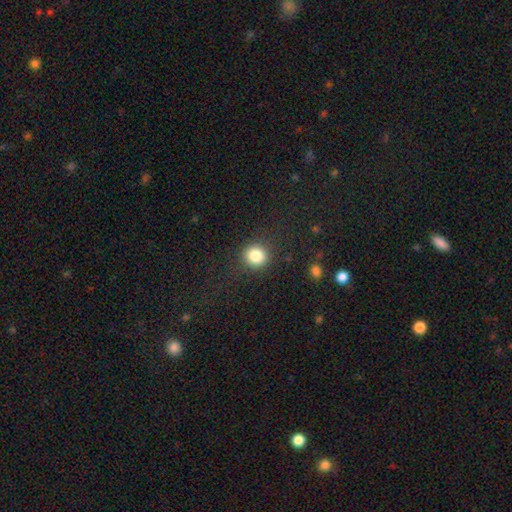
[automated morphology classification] The model was most divided on "smooth or featured": smooth: 84%, star or artifact: 11%, featured or disk: 5%. More confident: how rounded — round (90%); merging — none (88%).